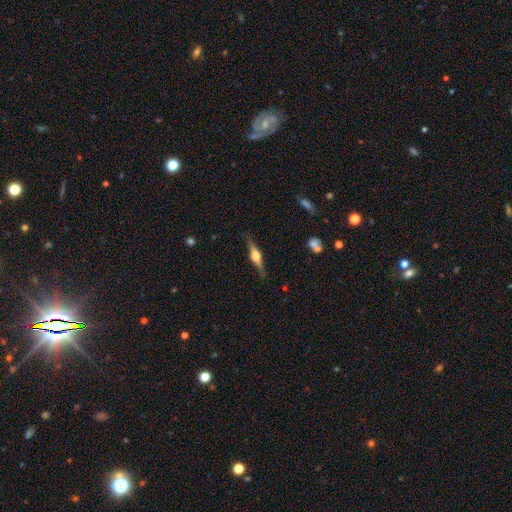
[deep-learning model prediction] This appears to be a featured or disk galaxy (69%) viewed edge-on (97%) with a rounded central bulge (89%). Merging: none (85%).